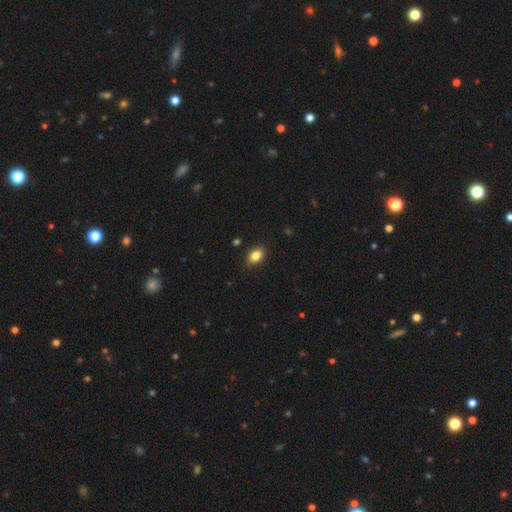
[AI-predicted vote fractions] Smooth or featured? Predicted: smooth (p=0.84). How rounded? Predicted: in between (p=0.86). Merging? Predicted: none (p=0.87).